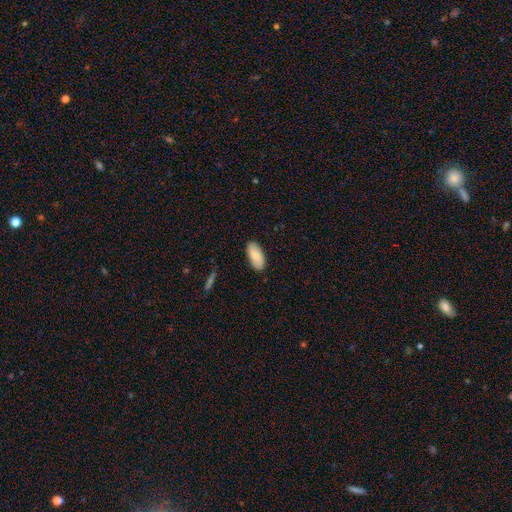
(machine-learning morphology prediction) smooth-or-featured: smooth: 81% | featured or disk: 13% | star or artifact: 6%
  how-rounded: in between: 92% | cigar-shaped: 6% | round: 2%
  merging: none: 86% | minor disturbance: 11% | major disturbance: 2% | merger: 1%